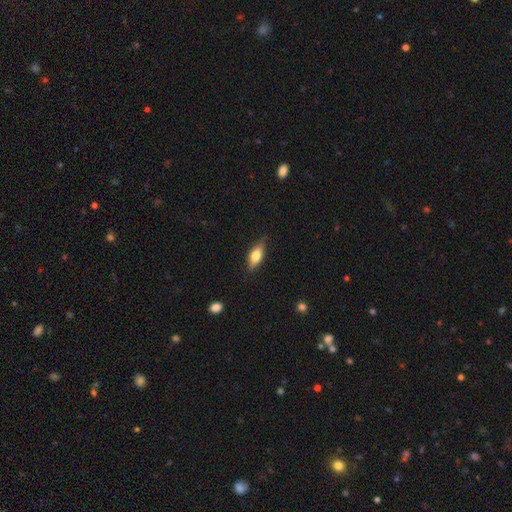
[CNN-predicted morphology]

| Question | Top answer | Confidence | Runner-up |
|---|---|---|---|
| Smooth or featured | smooth | 64% | featured or disk (29%) |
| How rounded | in between | 65% | cigar-shaped (32%) |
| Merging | none | 83% | minor disturbance (13%) |